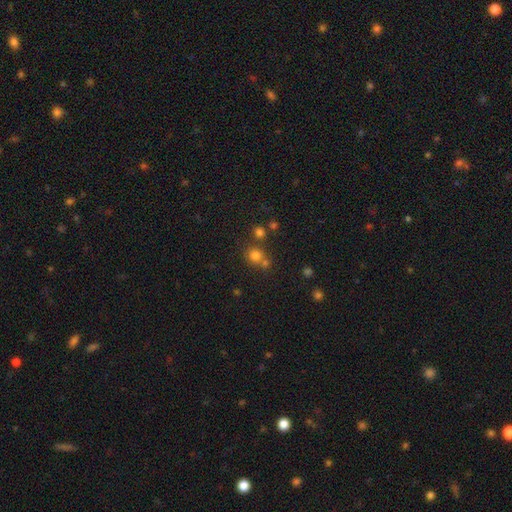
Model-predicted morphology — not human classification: The model was most divided on "merging": none: 62%, merger: 26%, minor disturbance: 8%, major disturbance: 3%. More confident: how rounded — round (87%); smooth or featured — smooth (73%).